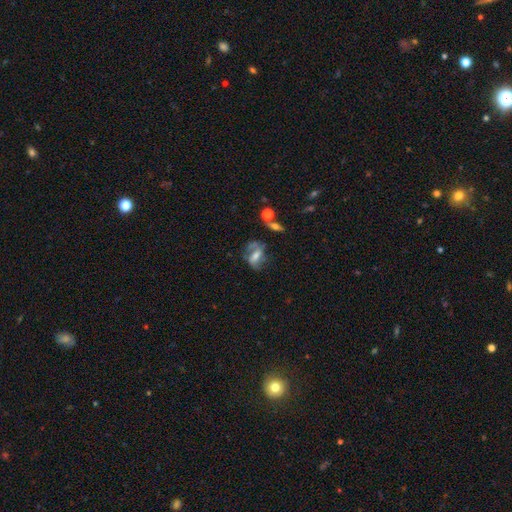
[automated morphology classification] Smooth or featured: featured or disk — 57% (smooth — 33%)
Edge-on disk: no — 93% (yes — 7%)
Bar: weak — 39% (no — 31%)
Spiral arms: yes — 71% (no — 29%)
Bulge size: moderate — 49% (small — 29%)
Merging: none — 44% (major disturbance — 23%)